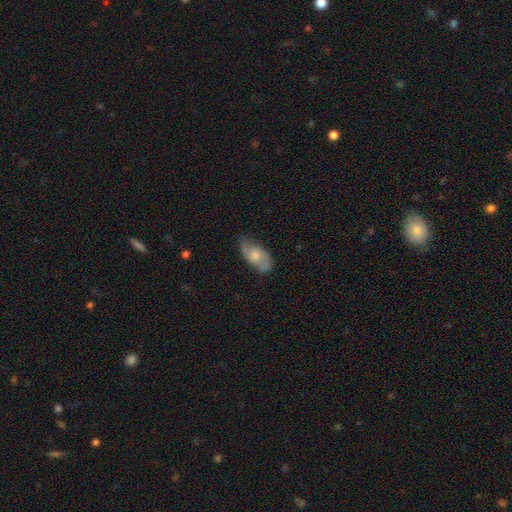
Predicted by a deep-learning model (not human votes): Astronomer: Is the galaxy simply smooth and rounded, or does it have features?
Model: featured or disk — 49% (runner-up: smooth, 45%).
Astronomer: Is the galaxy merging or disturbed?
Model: none — 62%.